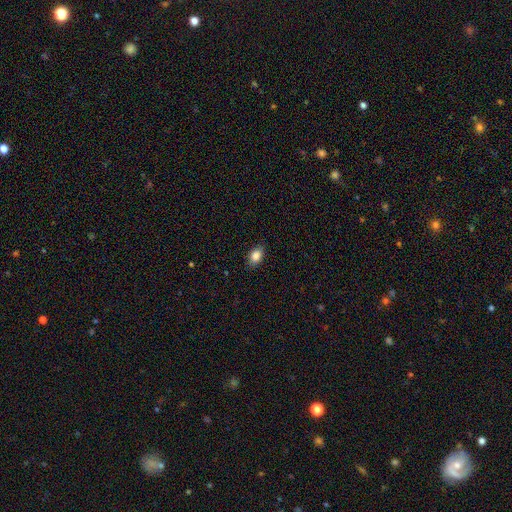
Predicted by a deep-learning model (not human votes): Smooth or featured?
  - smooth: 86% *
  - star or artifact: 8%
  - featured or disk: 6%
How rounded?
  - in between: 81% *
  - round: 17%
  - cigar-shaped: 2%
Merging?
  - none: 84% *
  - minor disturbance: 13%
  - major disturbance: 3%
  - merger: 1%